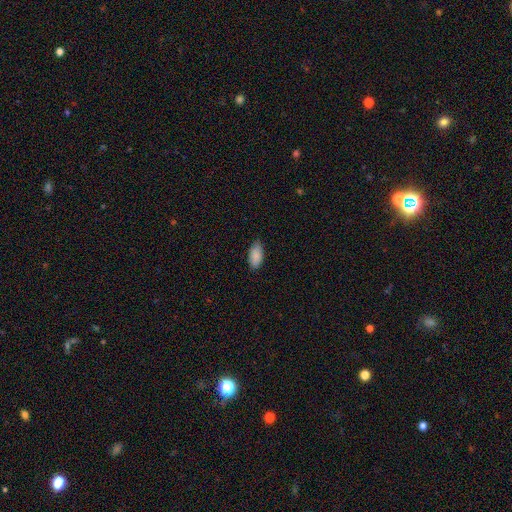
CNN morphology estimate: smooth 89%, star or artifact 7%, featured or disk 5%. Down the decision tree: how rounded — in between (92%); merging — none (81%).